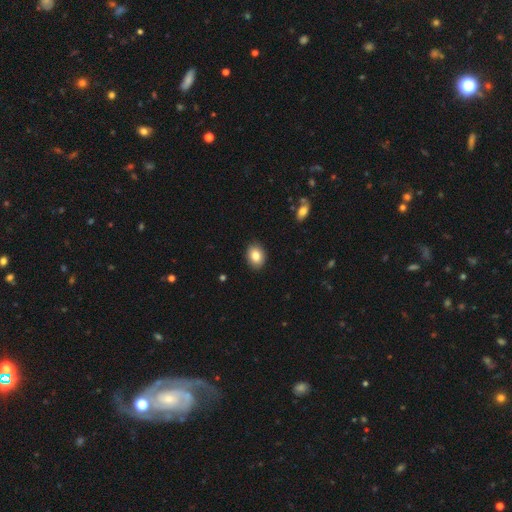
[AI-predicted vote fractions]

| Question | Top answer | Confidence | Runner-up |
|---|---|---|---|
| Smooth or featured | smooth | 84% | star or artifact (8%) |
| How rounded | in between | 70% | round (29%) |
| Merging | none | 89% | minor disturbance (8%) |